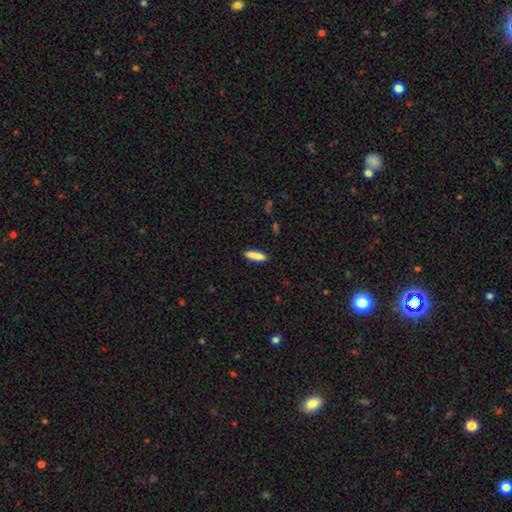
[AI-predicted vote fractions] Smooth or featured? Predicted: smooth (p=0.86). How rounded? Predicted: cigar-shaped (p=0.75). Merging? Predicted: none (p=0.89).